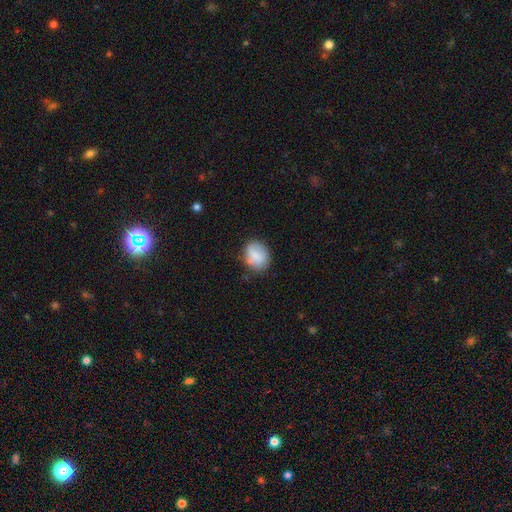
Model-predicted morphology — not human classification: Smooth or featured? Predicted: smooth (p=0.79). How rounded? Predicted: round (p=0.53). Merging? Predicted: none (p=0.71).